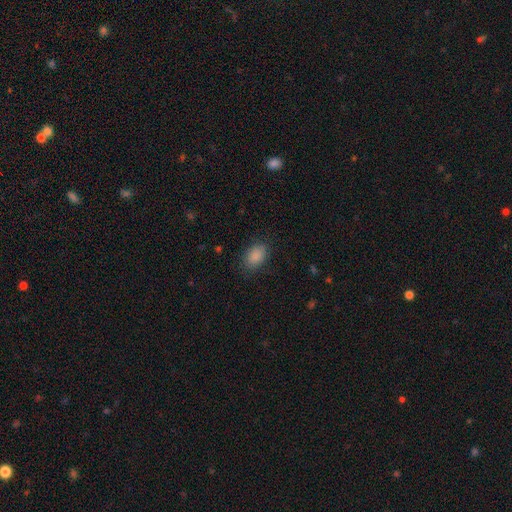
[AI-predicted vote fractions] smooth-or-featured: smooth: 88% | star or artifact: 8% | featured or disk: 4%
  how-rounded: in between: 85% | round: 14% | cigar-shaped: 1%
  merging: none: 84% | minor disturbance: 11% | major disturbance: 4% | merger: 1%